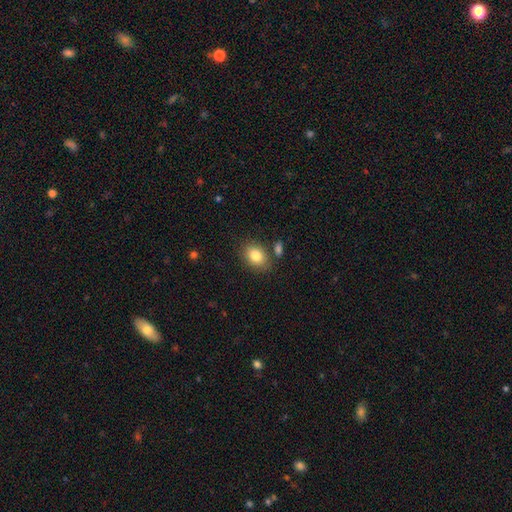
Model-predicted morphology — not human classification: This appears to be a smooth galaxy with no disk features (83%) that is in between round and cigar-shaped (72%). Merging: none (77%).